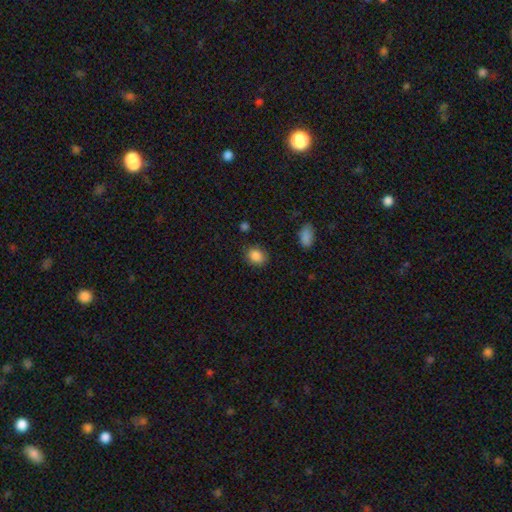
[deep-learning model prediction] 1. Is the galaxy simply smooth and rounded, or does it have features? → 87% smooth, 9% star or artifact, 4% featured or disk.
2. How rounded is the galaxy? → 57% round, 42% in between, 1% cigar-shaped.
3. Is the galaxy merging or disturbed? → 82% none, 13% minor disturbance, 3% major disturbance, 2% merger.